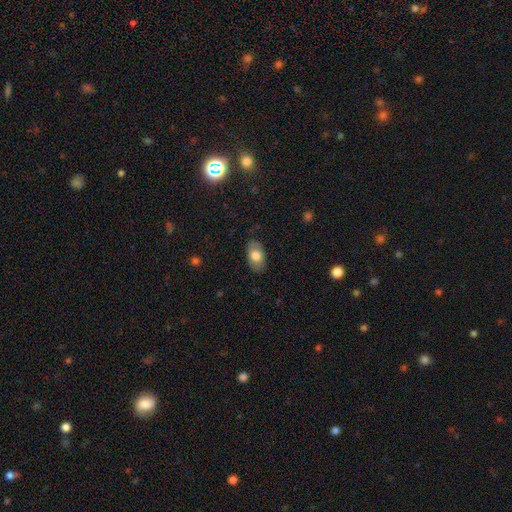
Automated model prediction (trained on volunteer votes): Smooth or featured?
  - smooth: 74% *
  - featured or disk: 20%
  - star or artifact: 7%
How rounded?
  - in between: 92% *
  - round: 7%
  - cigar-shaped: 1%
Merging?
  - none: 84% *
  - minor disturbance: 12%
  - major disturbance: 3%
  - merger: 1%